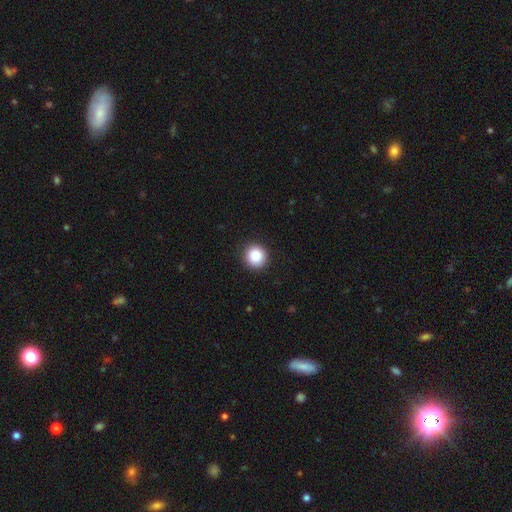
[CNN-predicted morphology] smooth 87%, star or artifact 9%, featured or disk 4%. Down the decision tree: how rounded — round (92%); merging — none (92%).